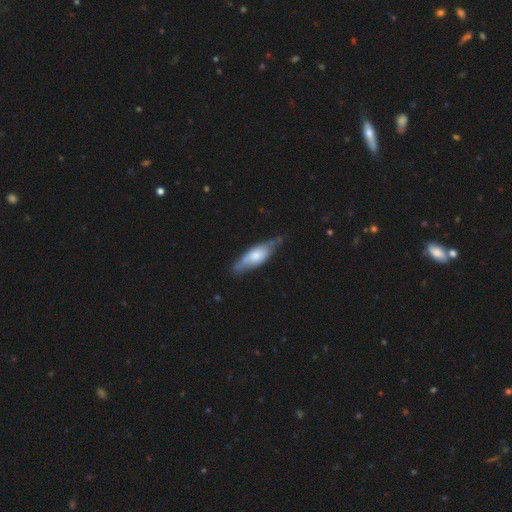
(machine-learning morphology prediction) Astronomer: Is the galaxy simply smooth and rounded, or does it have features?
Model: smooth — 54% (runner-up: featured or disk, 40%).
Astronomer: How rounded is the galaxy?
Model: in between — 59% (runner-up: cigar-shaped, 39%).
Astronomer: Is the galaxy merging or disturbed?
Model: none — 64%.